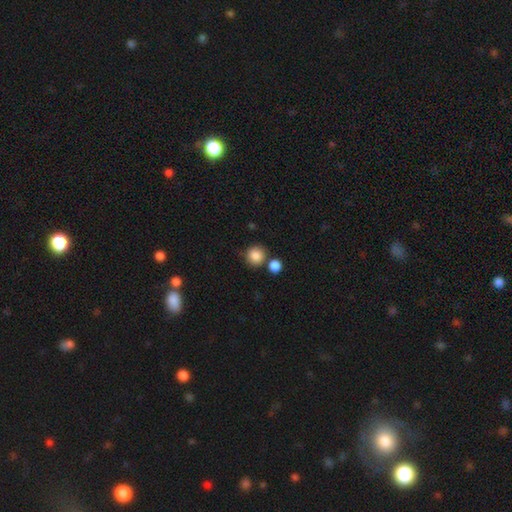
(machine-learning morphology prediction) Q: Smooth or featured?
A: smooth (86%); runner-up: star or artifact (9%)
Q: How rounded?
A: round (91%); runner-up: in between (8%)
Q: Merging?
A: none (70%); runner-up: merger (17%)